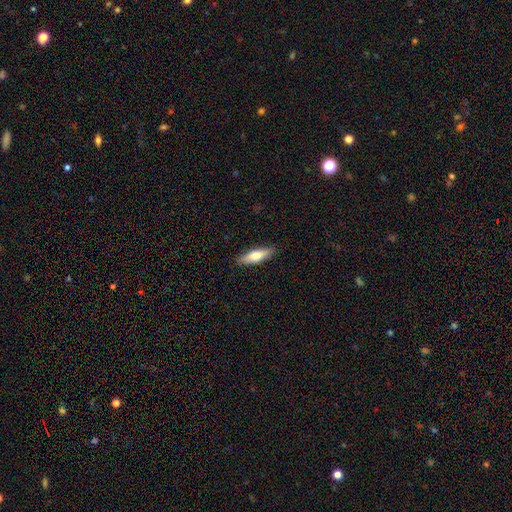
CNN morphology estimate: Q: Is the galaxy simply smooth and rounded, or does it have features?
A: smooth — 71%.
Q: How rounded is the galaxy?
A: cigar-shaped — 58%.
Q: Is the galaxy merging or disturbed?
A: none — 88%.